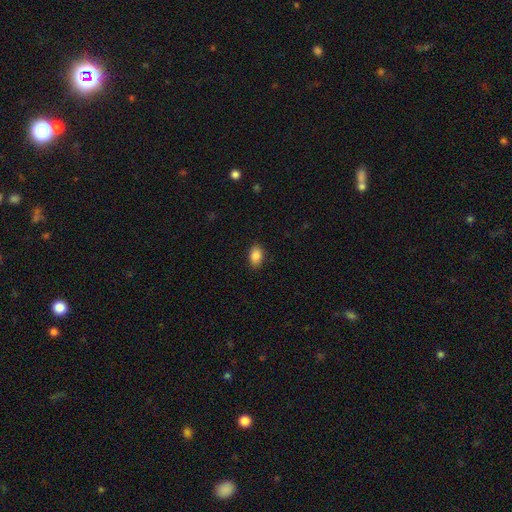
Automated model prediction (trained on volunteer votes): A smooth galaxy with no disk features (87%) that is in between round and cigar-shaped (86%). Merging: none (88%).